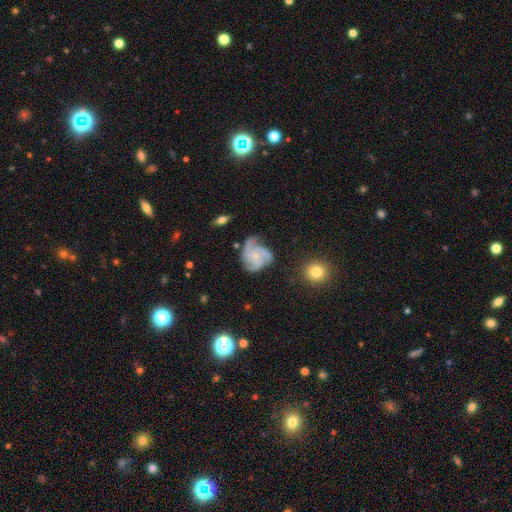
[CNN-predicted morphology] This is clearly a featured or disk galaxy (83%). It is clearly not viewed edge-on (98%). Bar: likely no (78%). Spiral arm pattern: clearly yes (96%). Spiral arm count: possibly 3 (57%). Spiral winding: marginally tight (44%). Central bulge: likely small (72%). Merging: possibly none (56%).